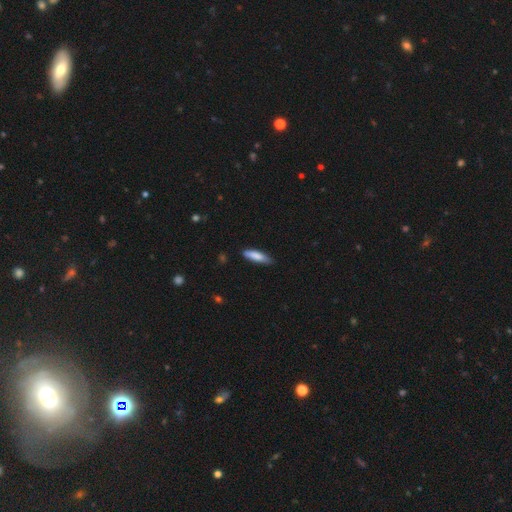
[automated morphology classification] smooth_or_featured: smooth (p=0.83) [alt: featured or disk p=0.12]
how_rounded: cigar-shaped (p=0.67) [alt: in between p=0.32]
merging: none (p=0.78) [alt: minor disturbance p=0.18]